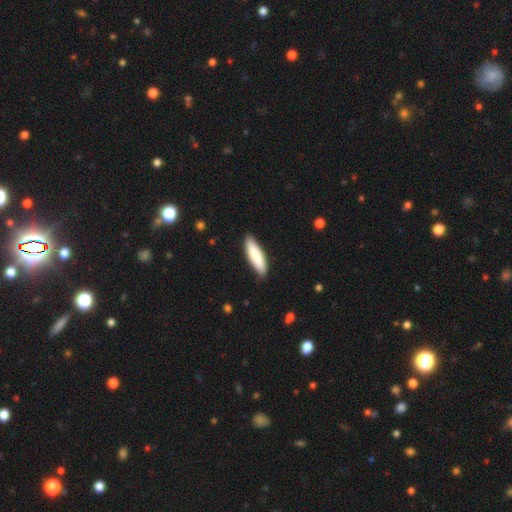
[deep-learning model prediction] The model was most divided on "how rounded": cigar-shaped: 62%, in between: 37%, round: 1%. More confident: smooth or featured — smooth (84%); merging — none (84%).